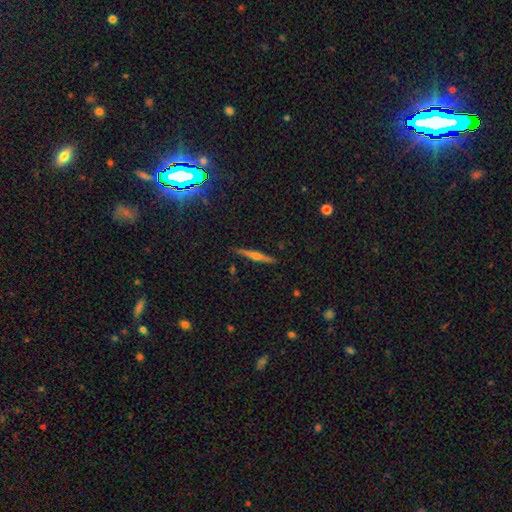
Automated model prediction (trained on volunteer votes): smooth_or_featured: featured or disk (p=0.68) [alt: smooth p=0.24]
disk_edge_on: yes (p=0.98) [alt: no p=0.02]
edge_on_bulge: rounded (p=0.78) [alt: boxy p=0.12]
merging: none (p=0.90) [alt: minor disturbance p=0.07]